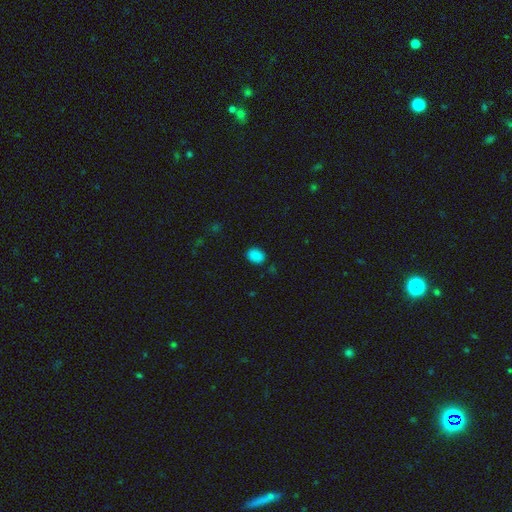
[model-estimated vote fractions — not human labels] Smooth or featured: smooth — 86% (star or artifact — 11%)
How rounded: in between — 66% (round — 33%)
Merging: none — 85% (minor disturbance — 11%)